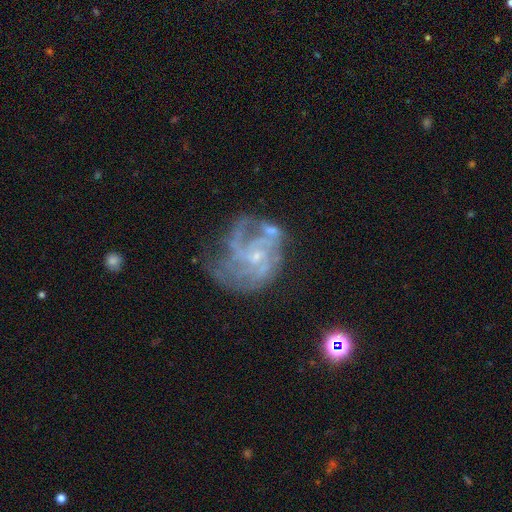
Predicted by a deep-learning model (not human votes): smooth-or-featured: featured or disk: 81% | star or artifact: 10% | smooth: 9%
  disk-edge-on: no: 98% | yes: 2%
    bar: no: 61% | weak: 33% | strong: 6%
    has-spiral-arms: yes: 87% | no: 13%
      spiral-winding: medium: 42% | tight: 41% | loose: 17%
      spiral-arm-count: can't tell: 32% | 3: 26% | 2: 15% | 4: 14% | 1: 6% | more than 4: 6%
    bulge-size: small: 71% | moderate: 16% | none: 11% | large: 1% | dominant: 1%
  merging: none: 43% | major disturbance: 28% | minor disturbance: 22% | merger: 7%